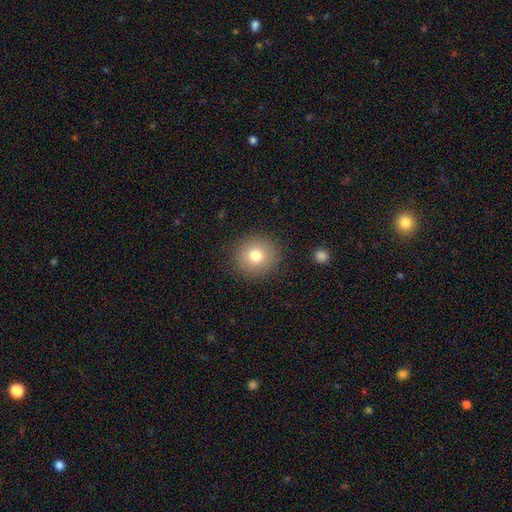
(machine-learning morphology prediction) A smooth galaxy with no disk features (78%) that is round (91%).

Vote fractions:
- Smooth or featured? smooth: 78% / featured or disk: 12% / star or artifact: 11%
- How rounded? round: 91% / in between: 8% / cigar-shaped: 1%
- Merging? none: 89% / minor disturbance: 7% / major disturbance: 3% / merger: 1%